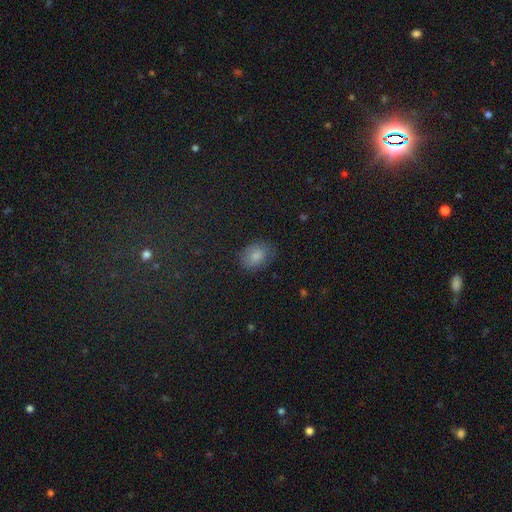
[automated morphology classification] Overall: smooth (79%). How rounded: in between (75%). Merging: none (78%).